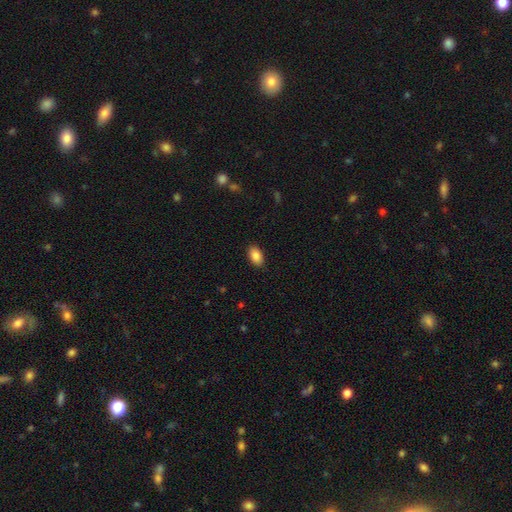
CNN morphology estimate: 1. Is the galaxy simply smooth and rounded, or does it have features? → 87% smooth, 8% star or artifact, 5% featured or disk.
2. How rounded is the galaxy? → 92% in between, 6% round, 2% cigar-shaped.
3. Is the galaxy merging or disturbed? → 89% none, 8% minor disturbance, 2% major disturbance, 1% merger.